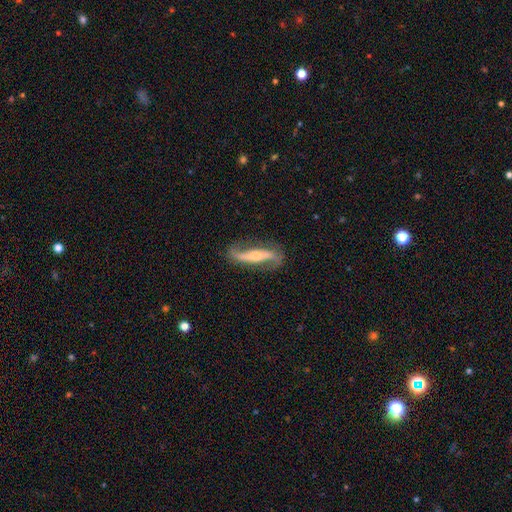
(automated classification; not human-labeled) Smooth or featured? Predicted: featured or disk (p=0.83). Edge-on disk? Predicted: no (p=0.77). Bar? Predicted: strong (p=0.48). Spiral arms? Predicted: yes (p=0.94). Spiral winding? Predicted: loose (p=0.70). Spiral arm count? Predicted: 2 (p=0.91). Bulge size? Predicted: small (p=0.50). Merging? Predicted: none (p=0.76).